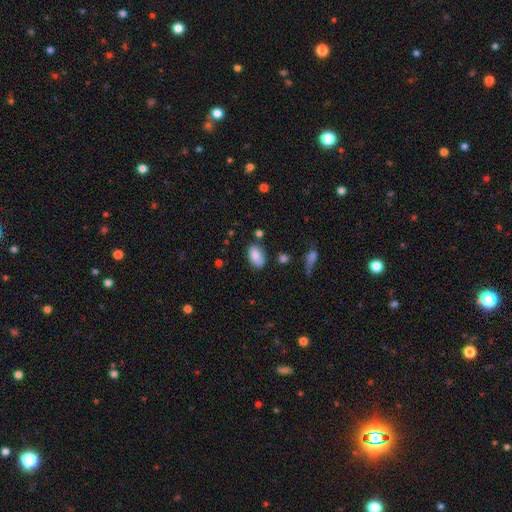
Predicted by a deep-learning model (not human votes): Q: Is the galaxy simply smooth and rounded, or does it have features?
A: smooth — 79%.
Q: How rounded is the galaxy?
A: in between — 92%.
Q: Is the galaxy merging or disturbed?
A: none — 71%.